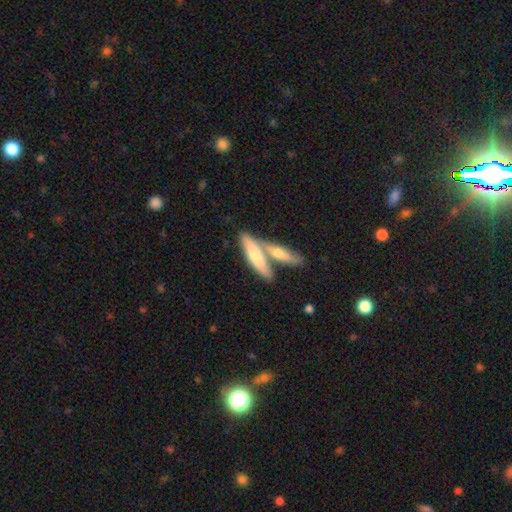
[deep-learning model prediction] smooth-or-featured: smooth: 63% | featured or disk: 33% | star or artifact: 5%
  how-rounded: cigar-shaped: 67% | in between: 31% | round: 2%
  merging: merger: 49% | none: 39% | minor disturbance: 9% | major disturbance: 3%